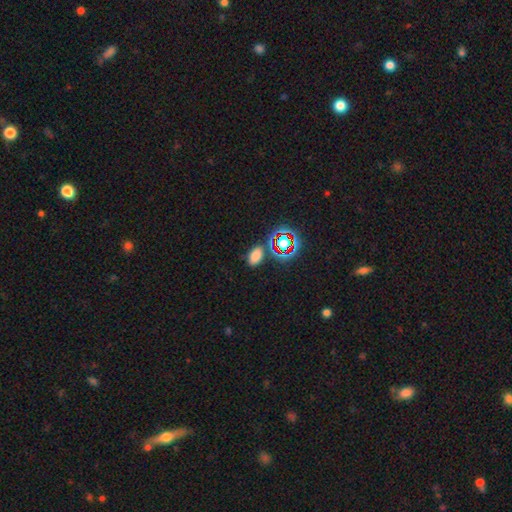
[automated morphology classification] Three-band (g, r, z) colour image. It shows a smooth galaxy with no disk features (69%) that is in between round and cigar-shaped (88%). Merging: none (75%).